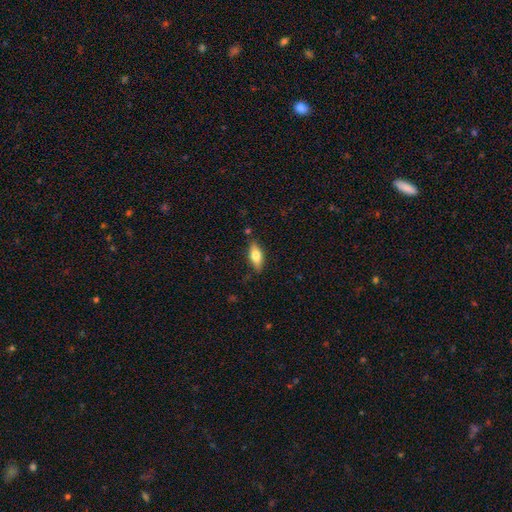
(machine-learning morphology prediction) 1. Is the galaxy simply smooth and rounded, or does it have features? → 69% smooth, 24% featured or disk, 7% star or artifact.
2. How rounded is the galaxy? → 76% in between, 21% cigar-shaped, 3% round.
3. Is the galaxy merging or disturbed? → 82% none, 14% minor disturbance, 3% major disturbance, 2% merger.